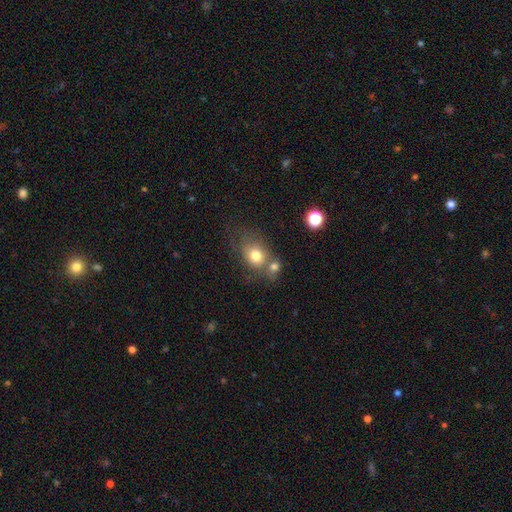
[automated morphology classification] A smooth galaxy with no disk features (75%) that is round (51%).

Vote fractions:
- Smooth or featured? smooth: 75% / featured or disk: 14% / star or artifact: 11%
- How rounded? round: 51% / in between: 48% / cigar-shaped: 1%
- Merging? none: 40% / merger: 37% / minor disturbance: 15% / major disturbance: 8%